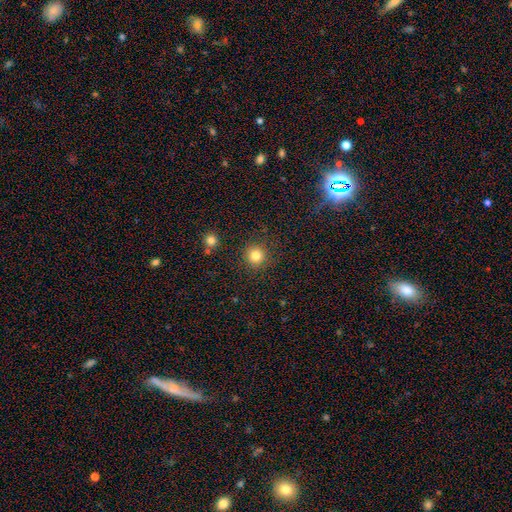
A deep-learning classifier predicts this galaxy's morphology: This is clearly a smooth galaxy (82%). How rounded: clearly round (94%). Merging: clearly none (89%).